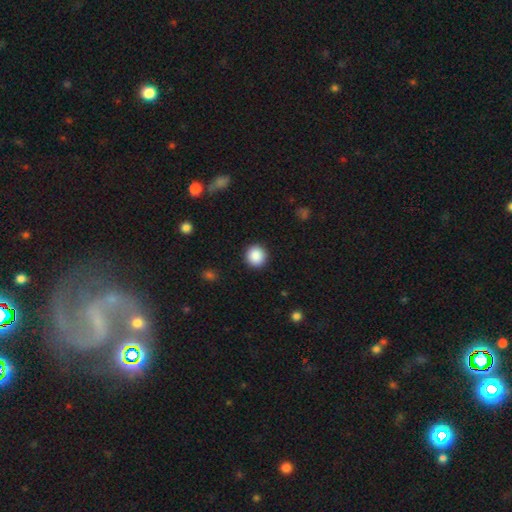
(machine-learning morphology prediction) Overall: smooth (88%). How rounded: round (92%). Merging: none (91%).